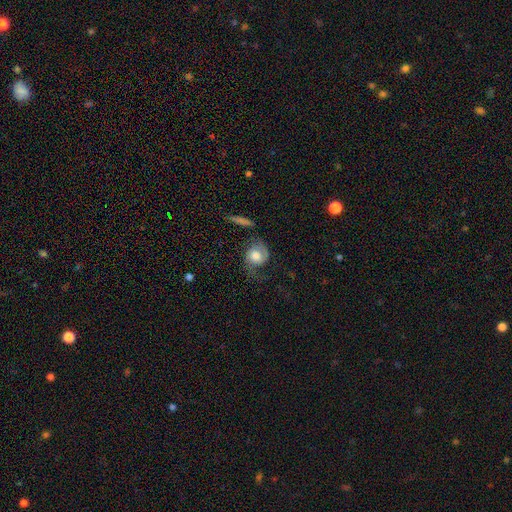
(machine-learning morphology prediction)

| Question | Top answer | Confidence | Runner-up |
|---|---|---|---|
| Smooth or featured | featured or disk | 52% | smooth (41%) |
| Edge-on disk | no | 96% | yes (4%) |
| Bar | no | 75% | weak (21%) |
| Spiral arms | yes | 86% | no (14%) |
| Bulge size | moderate | 49% | large (37%) |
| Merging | none | 44% | major disturbance (29%) |